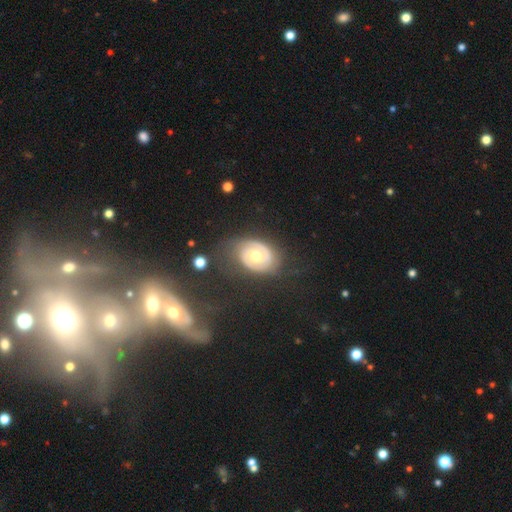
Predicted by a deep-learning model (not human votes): This appears to be a featured or disk galaxy (72%) with no bar (74%), spiral arms (69%) and a moderate central bulge (76%). Merging: none (65%).